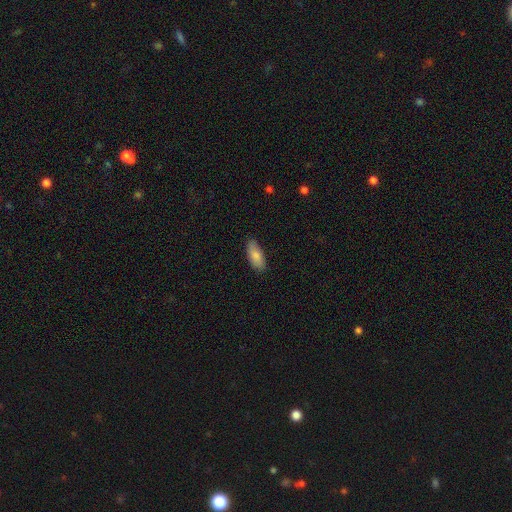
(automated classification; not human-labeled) smooth_or_featured: smooth (p=0.85) [alt: featured or disk p=0.09]
how_rounded: in between (p=0.82) [alt: cigar-shaped p=0.16]
merging: none (p=0.83) [alt: minor disturbance p=0.13]